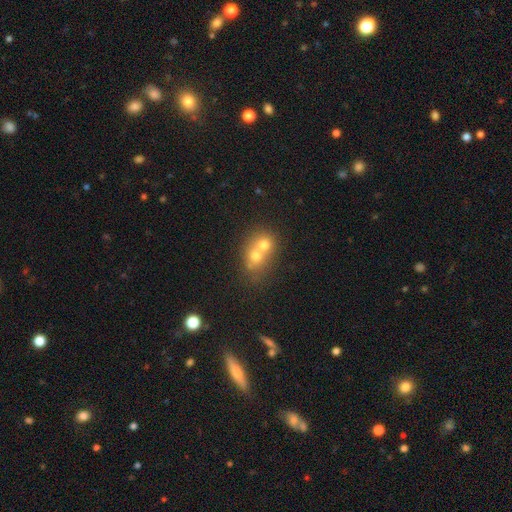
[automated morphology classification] type=smooth (67%); roundness=round (69%); merging=merger (72%).